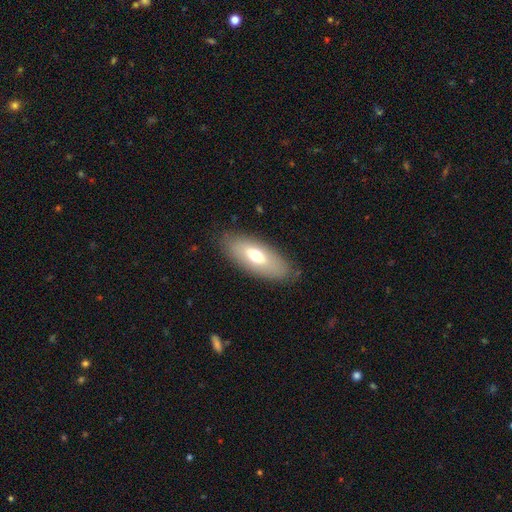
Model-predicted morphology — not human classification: Q: Smooth or featured?
A: smooth (63%); runner-up: featured or disk (31%)
Q: How rounded?
A: in between (81%); runner-up: cigar-shaped (16%)
Q: Merging?
A: none (84%); runner-up: minor disturbance (12%)